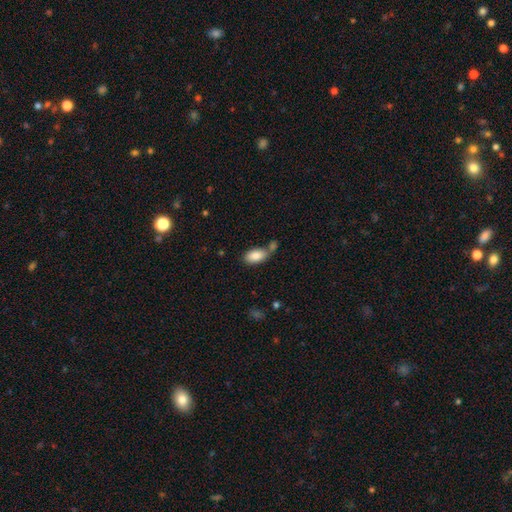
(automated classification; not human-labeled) Overall: smooth (86%). How rounded: in between (93%). Merging: none (52%; merger 27%).